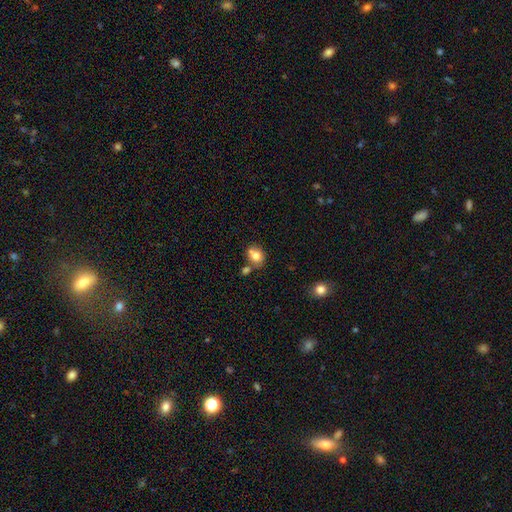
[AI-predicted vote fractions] smooth-or-featured: smooth: 77% | featured or disk: 12% | star or artifact: 10%
  how-rounded: round: 62% | in between: 37% | cigar-shaped: 1%
  merging: none: 53% | merger: 28% | minor disturbance: 14% | major disturbance: 4%